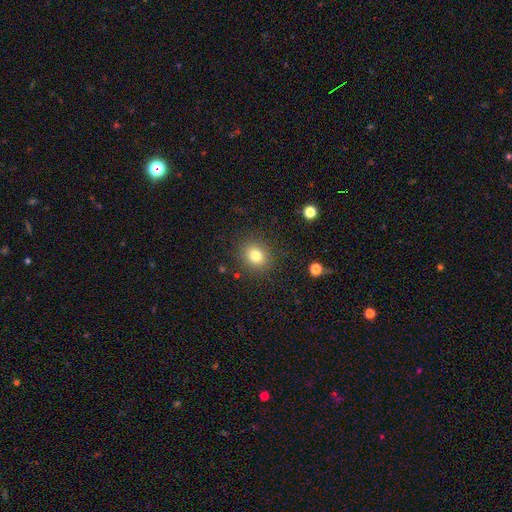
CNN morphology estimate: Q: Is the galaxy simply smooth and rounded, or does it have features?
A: smooth — 80%.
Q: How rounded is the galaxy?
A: round — 75%.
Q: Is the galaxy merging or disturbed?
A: none — 88%.